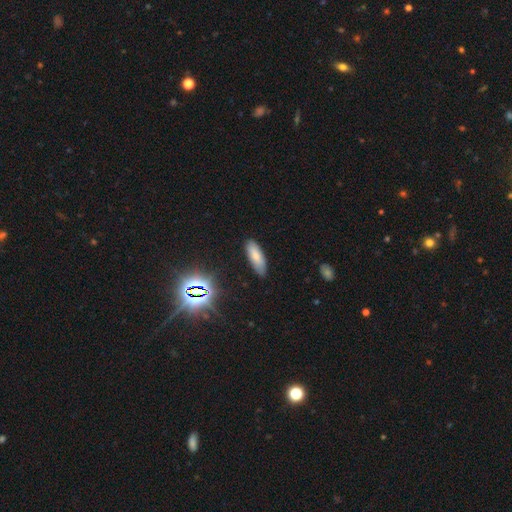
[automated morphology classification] A smooth galaxy with no disk features (74%) that is in between round and cigar-shaped (62%). Merging: none (83%).